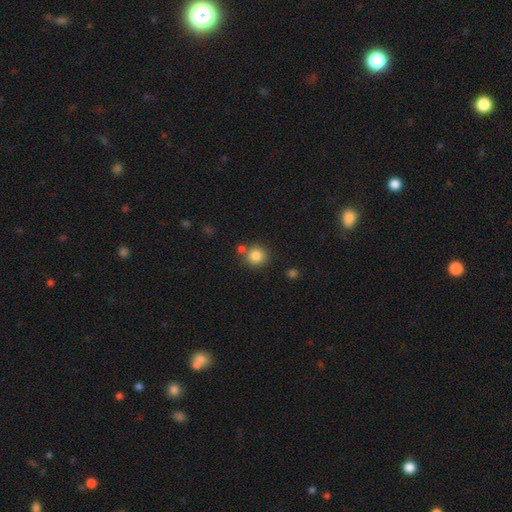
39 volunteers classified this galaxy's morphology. type=smooth (85%); roundness=round (94%); merging=none (81%).